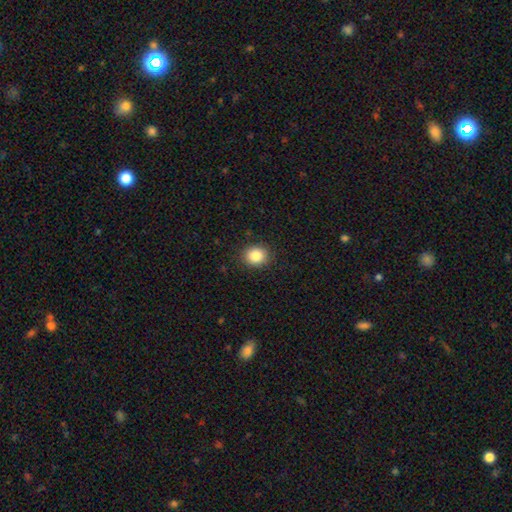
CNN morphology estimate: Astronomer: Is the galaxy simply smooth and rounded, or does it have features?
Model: smooth — 85%.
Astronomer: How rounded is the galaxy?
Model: round — 72%.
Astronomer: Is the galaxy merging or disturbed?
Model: none — 89%.